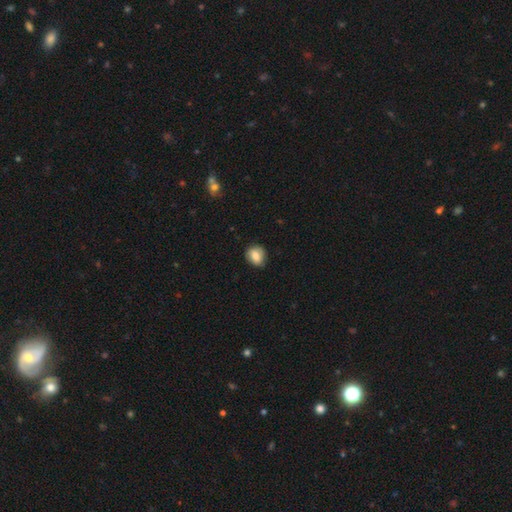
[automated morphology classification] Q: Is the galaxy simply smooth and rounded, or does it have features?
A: smooth — 81%.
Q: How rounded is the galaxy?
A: round — 63%.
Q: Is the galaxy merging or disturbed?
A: none — 81%.